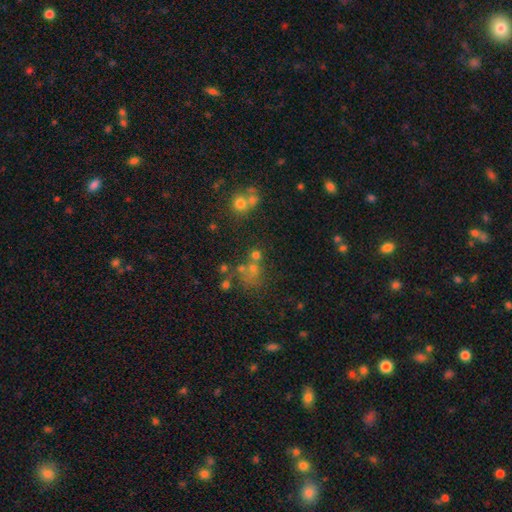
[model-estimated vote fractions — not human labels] Smooth or featured: smooth — 55% (star or artifact — 29%)
How rounded: round — 76% (in between — 22%)
Merging: none — 49% (merger — 31%)